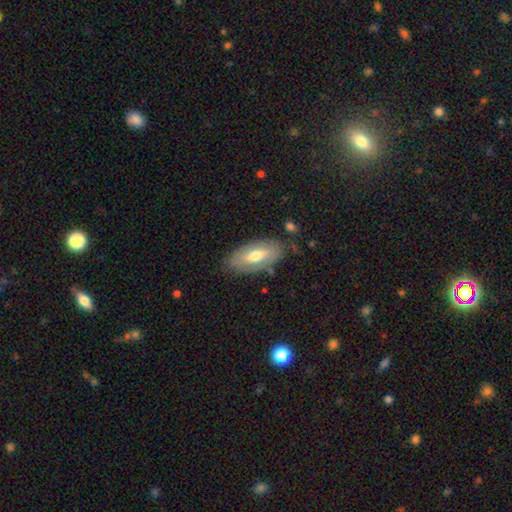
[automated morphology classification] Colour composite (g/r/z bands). It shows a smooth galaxy with no disk features (53%) that is in between round and cigar-shaped (88%). Merging: none (77%).